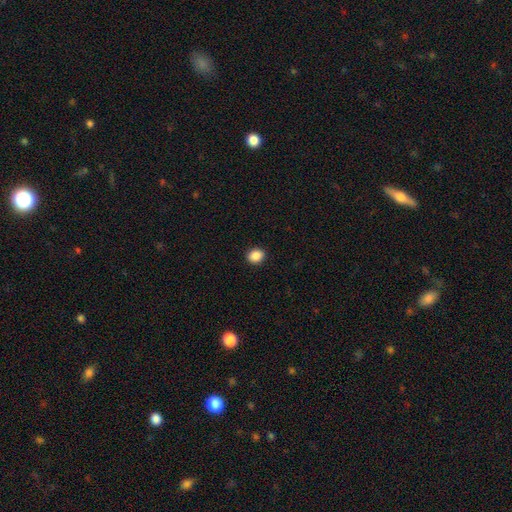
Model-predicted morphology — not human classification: Overall: smooth (88%). How rounded: round (64%; in between 35%). Merging: none (92%).